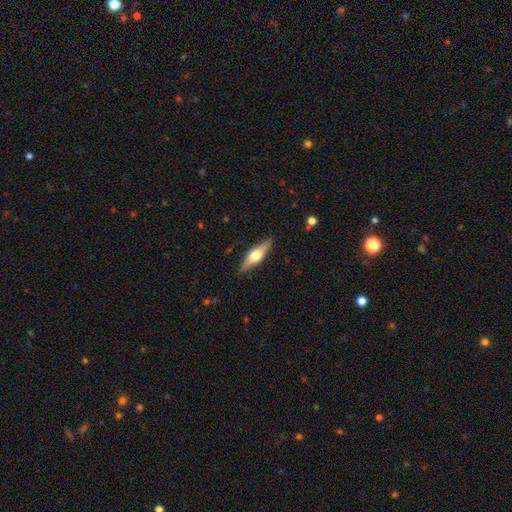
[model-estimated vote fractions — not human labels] This is possibly a featured or disk galaxy (55%). It is clearly viewed edge-on (93%). Edge-on bulge: clearly rounded (93%). Merging: clearly none (88%).